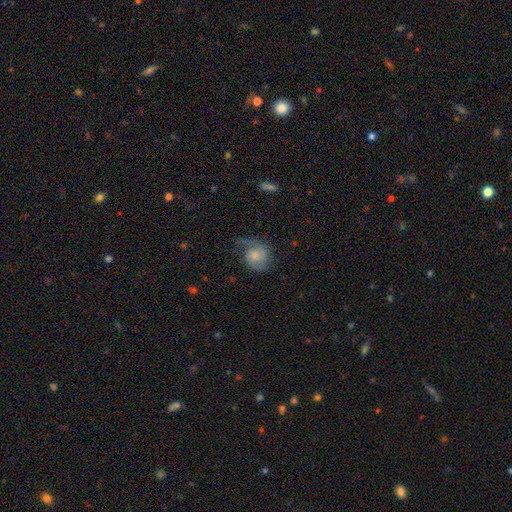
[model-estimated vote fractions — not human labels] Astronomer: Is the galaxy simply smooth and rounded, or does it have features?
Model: featured or disk — 65%.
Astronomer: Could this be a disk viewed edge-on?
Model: no — 98%.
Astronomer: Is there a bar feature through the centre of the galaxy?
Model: no — 68%.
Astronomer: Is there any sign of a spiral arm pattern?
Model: yes — 92%.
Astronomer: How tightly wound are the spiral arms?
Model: medium — 43% (runner-up: loose, 31%).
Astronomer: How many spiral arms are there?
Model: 2 — 56% (runner-up: 1, 34%).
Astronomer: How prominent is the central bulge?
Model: moderate — 39% (runner-up: small, 35%).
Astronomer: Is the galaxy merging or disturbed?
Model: none — 50%.